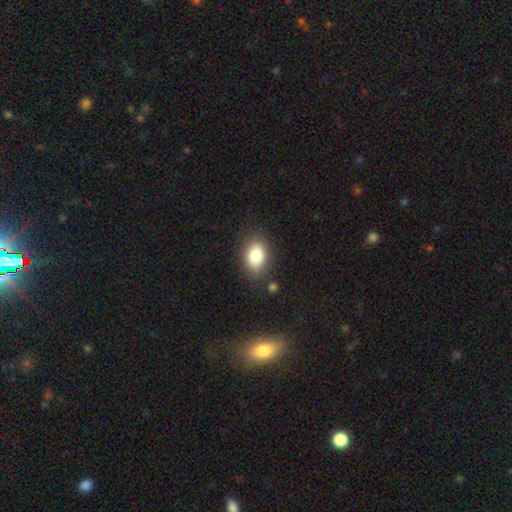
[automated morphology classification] Smooth or featured?
  - smooth: 82% *
  - featured or disk: 9%
  - star or artifact: 9%
How rounded?
  - in between: 81% *
  - round: 17%
  - cigar-shaped: 1%
Merging?
  - none: 81% *
  - minor disturbance: 12%
  - major disturbance: 4%
  - merger: 3%